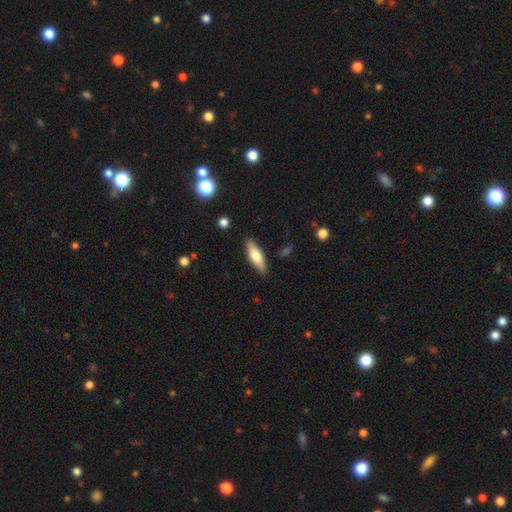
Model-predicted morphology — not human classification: Smooth or featured: smooth — 66% (featured or disk — 28%)
How rounded: in between — 55% (cigar-shaped — 43%)
Merging: none — 86% (minor disturbance — 10%)